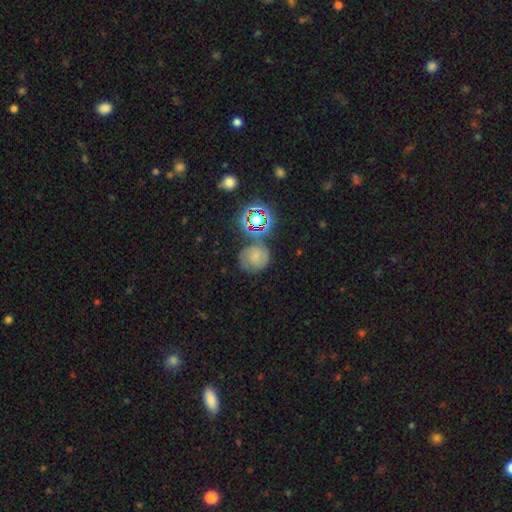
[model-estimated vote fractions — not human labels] smooth_or_featured: smooth (p=0.49) [alt: featured or disk p=0.27]
merging: none (p=0.59) [alt: minor disturbance p=0.19]